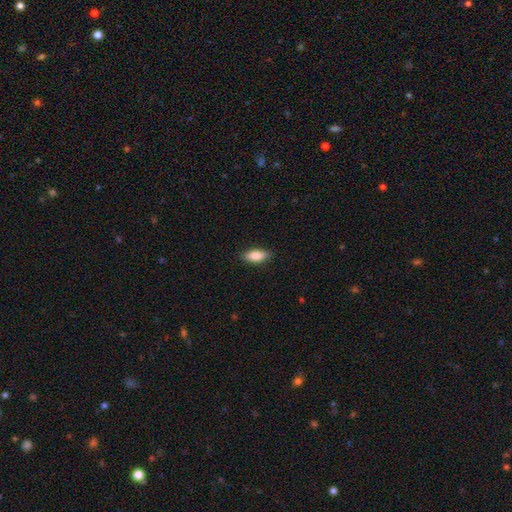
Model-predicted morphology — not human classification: smooth_or_featured: smooth (p=0.83) [alt: featured or disk p=0.10]
how_rounded: in between (p=0.79) [alt: cigar-shaped p=0.19]
merging: none (p=0.87) [alt: minor disturbance p=0.10]